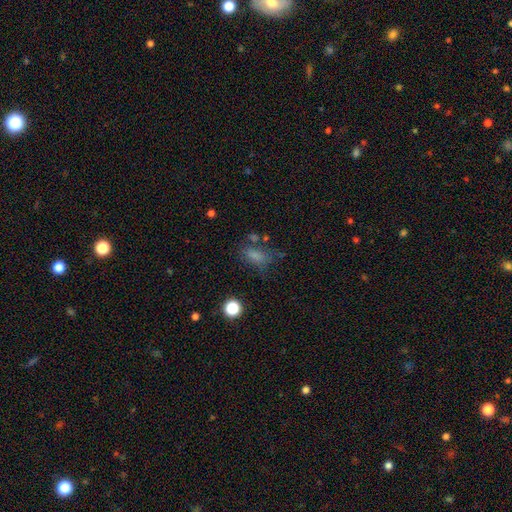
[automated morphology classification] Smooth or featured?
  - smooth: 73% *
  - star or artifact: 16%
  - featured or disk: 11%
How rounded?
  - in between: 79% *
  - round: 12%
  - cigar-shaped: 9%
Merging?
  - none: 51% *
  - minor disturbance: 23%
  - major disturbance: 17%
  - merger: 9%